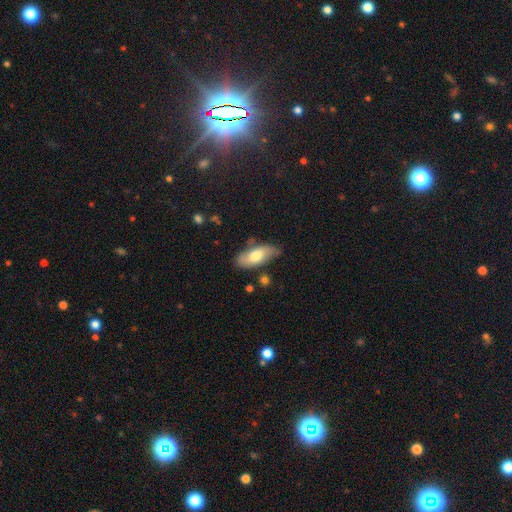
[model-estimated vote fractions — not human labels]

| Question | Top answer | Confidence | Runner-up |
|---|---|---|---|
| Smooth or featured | smooth | 65% | featured or disk (29%) |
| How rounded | in between | 84% | cigar-shaped (13%) |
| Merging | none | 70% | minor disturbance (22%) |